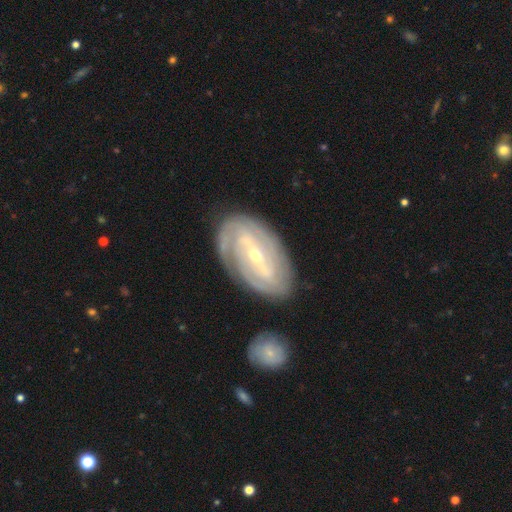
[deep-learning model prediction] Smooth or featured? featured or disk (86%)
Edge-on disk? no (94%)
Bar? strong (57%)
Spiral arms? yes (93%)
Spiral winding? tight (67%)
Spiral arm count? 2 (43%)
Bulge size? small (53%)
Merging? none (79%)